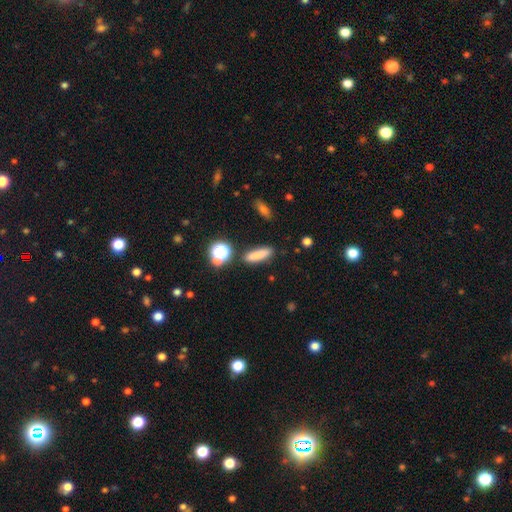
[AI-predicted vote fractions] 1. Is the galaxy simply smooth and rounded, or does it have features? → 78% smooth, 13% star or artifact, 10% featured or disk.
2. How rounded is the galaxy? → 60% cigar-shaped, 33% in between, 7% round.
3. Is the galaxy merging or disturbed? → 84% none, 9% minor disturbance, 4% merger, 3% major disturbance.